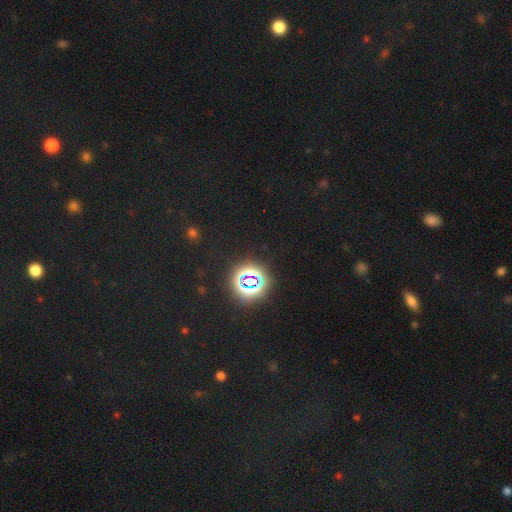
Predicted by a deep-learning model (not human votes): This is possibly a star or artifact rather than a galaxy (57%).